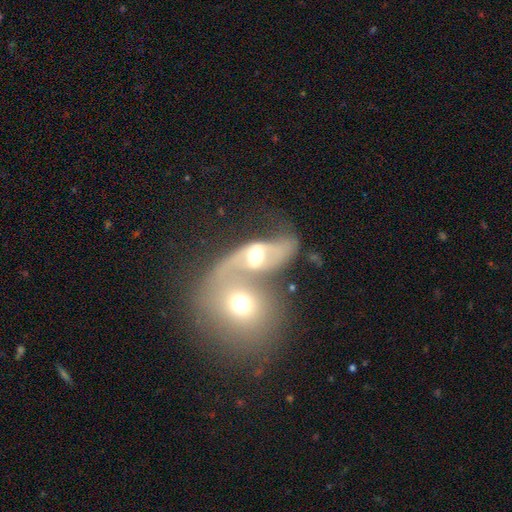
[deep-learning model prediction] smooth_or_featured: featured or disk (p=0.63) [alt: smooth p=0.30]
disk_edge_on: no (p=0.93) [alt: yes p=0.07]
bar: no (p=0.50) [alt: weak p=0.33]
has_spiral_arms: yes (p=0.72) [alt: no p=0.28]
bulge_size: moderate (p=0.66) [alt: large p=0.20]
merging: merger (p=0.71) [alt: none p=0.12]